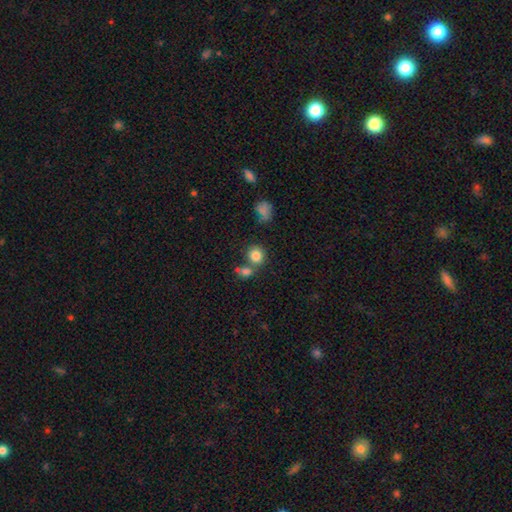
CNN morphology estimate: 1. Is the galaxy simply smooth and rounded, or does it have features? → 82% smooth, 11% star or artifact, 7% featured or disk.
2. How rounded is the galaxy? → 80% round, 19% in between, 1% cigar-shaped.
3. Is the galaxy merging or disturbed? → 59% none, 26% merger, 10% minor disturbance, 4% major disturbance.